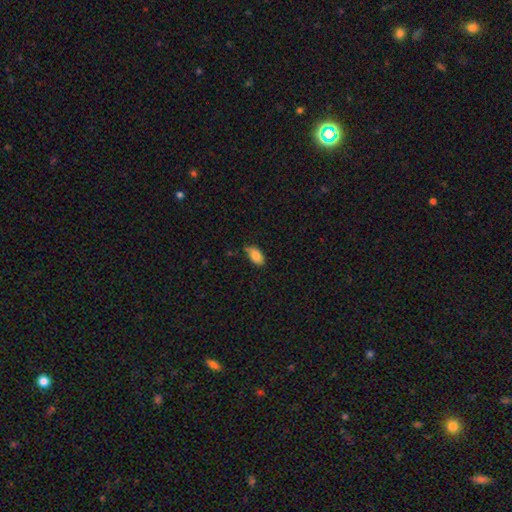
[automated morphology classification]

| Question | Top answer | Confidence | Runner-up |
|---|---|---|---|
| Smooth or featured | smooth | 83% | featured or disk (9%) |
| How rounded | in between | 93% | round (4%) |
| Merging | none | 61% | minor disturbance (30%) |